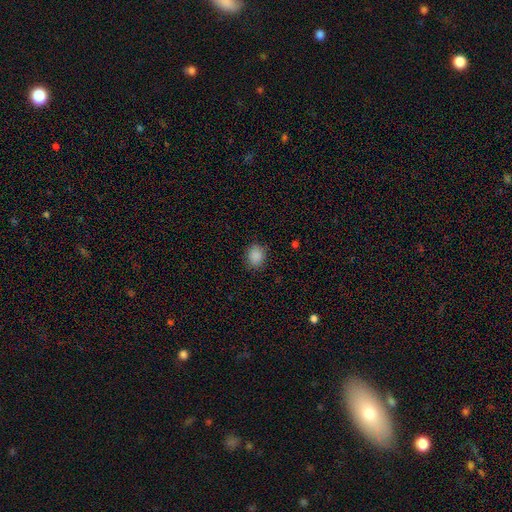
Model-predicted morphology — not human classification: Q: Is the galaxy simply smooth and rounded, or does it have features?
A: smooth — 88%.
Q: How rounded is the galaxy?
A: round — 59%.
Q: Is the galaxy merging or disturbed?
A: none — 86%.